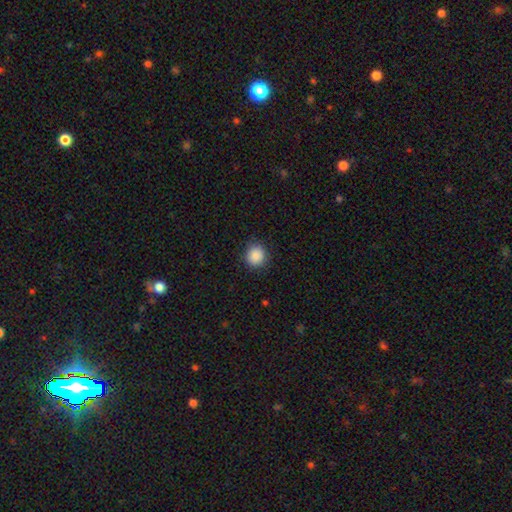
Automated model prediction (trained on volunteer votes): A smooth galaxy with no disk features (87%) that is round (89%). Merging: none (89%).